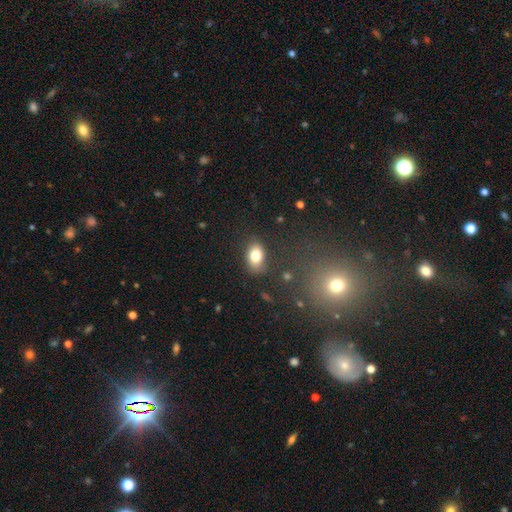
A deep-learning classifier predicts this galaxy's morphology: Smooth or featured: smooth — 80% (featured or disk — 10%)
How rounded: in between — 83% (round — 15%)
Merging: none — 82% (minor disturbance — 12%)